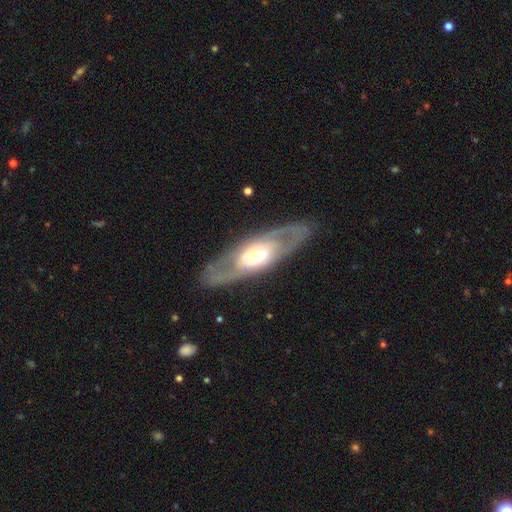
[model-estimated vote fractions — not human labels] A featured or disk galaxy (72%) with no bar (67%), spiral arms (53%) and a moderate central bulge (43%).

Vote fractions:
- Smooth or featured? featured or disk: 72% / smooth: 23% / star or artifact: 5%
- Edge-on disk? no: 77% / yes: 23%
- Bar? no: 67% / weak: 22% / strong: 11%
- Spiral arms? yes: 53% / no: 47%
- Bulge size? moderate: 43% / large: 35% / small: 15% / dominant: 5% / none: 2%
- Merging? none: 81% / minor disturbance: 11% / major disturbance: 6% / merger: 1%